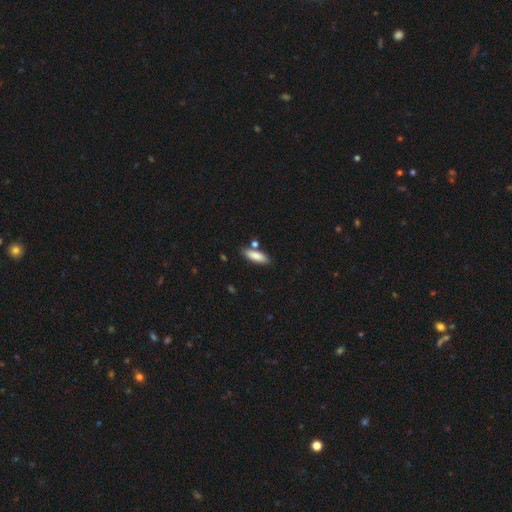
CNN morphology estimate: Smooth or featured? smooth (85%)
How rounded? in between (53%)
Merging? none (76%)